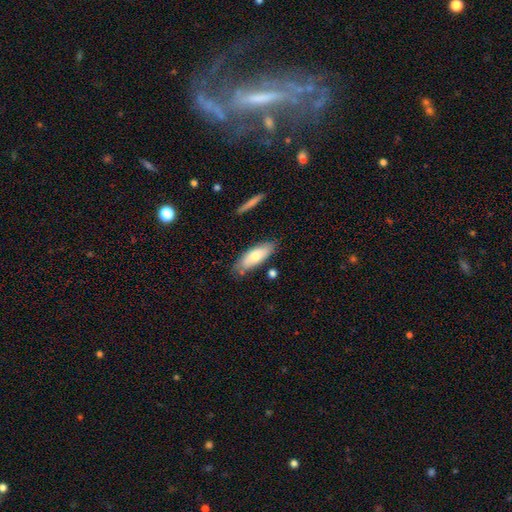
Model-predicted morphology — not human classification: Smooth or featured: smooth — 71% (featured or disk — 23%)
How rounded: in between — 69% (cigar-shaped — 29%)
Merging: none — 76% (minor disturbance — 17%)